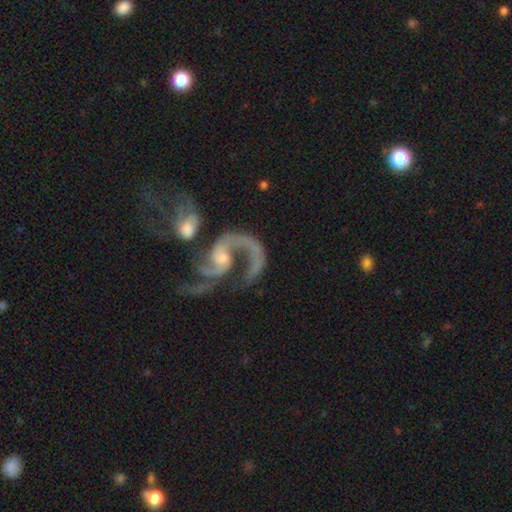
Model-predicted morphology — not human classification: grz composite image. It shows a featured or disk galaxy (88%) with no bar (55%), 2 (78%) loose (52%) spiral arms (95%) and a small central bulge (53%). Merging: merger (31%).